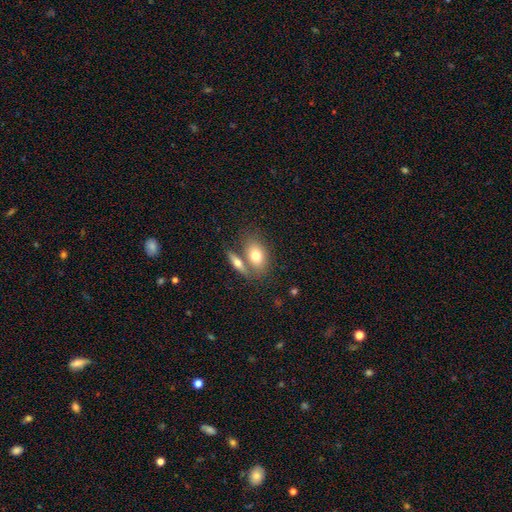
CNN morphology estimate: This is likely a smooth galaxy (73%). How rounded: clearly in between (82%). Merging: possibly none (49%).